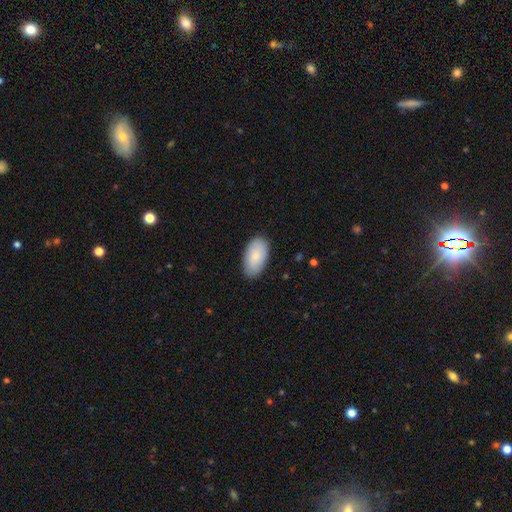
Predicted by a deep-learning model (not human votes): A smooth galaxy with no disk features (86%) that is in between round and cigar-shaped (96%). Merging: none (87%).